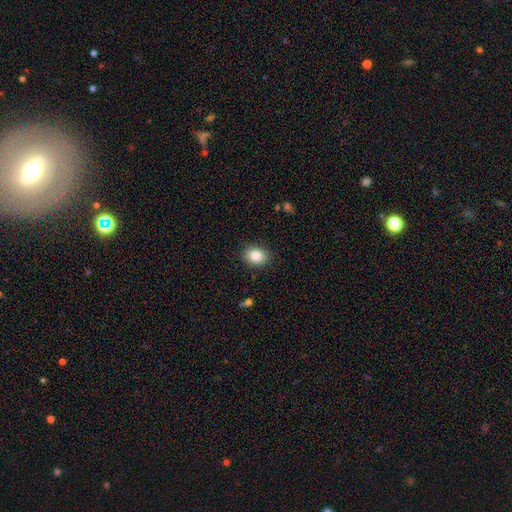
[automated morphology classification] Overall: smooth (86%). How rounded: in between (56%; round 43%). Merging: none (88%).